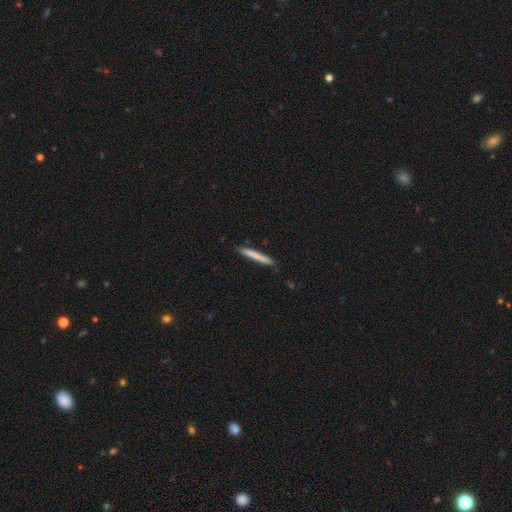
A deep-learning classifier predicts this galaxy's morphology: smooth_or_featured: smooth (p=0.76) [alt: featured or disk p=0.19]
how_rounded: cigar-shaped (p=0.96) [alt: in between p=0.03]
merging: none (p=0.90) [alt: minor disturbance p=0.08]